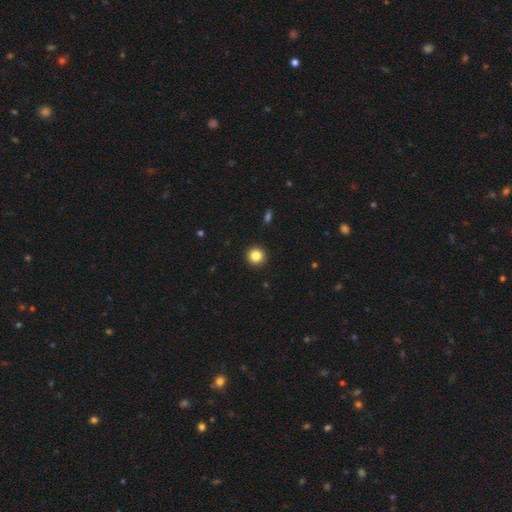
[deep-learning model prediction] Overall: smooth (84%). How rounded: round (95%). Merging: none (94%).